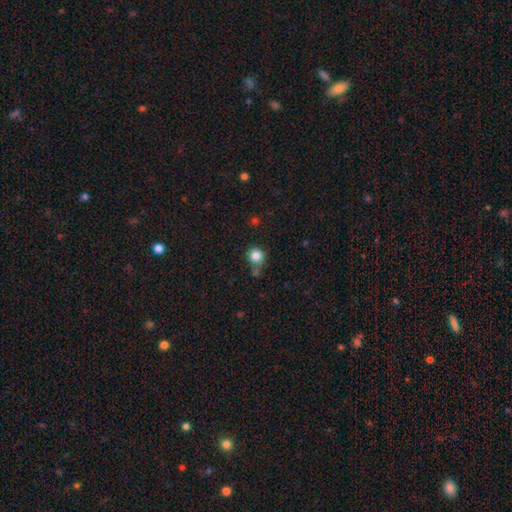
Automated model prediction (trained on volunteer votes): smooth-or-featured: smooth: 84% | star or artifact: 11% | featured or disk: 5%
  how-rounded: round: 91% | in between: 8% | cigar-shaped: 1%
  merging: none: 67% | minor disturbance: 17% | merger: 11% | major disturbance: 5%